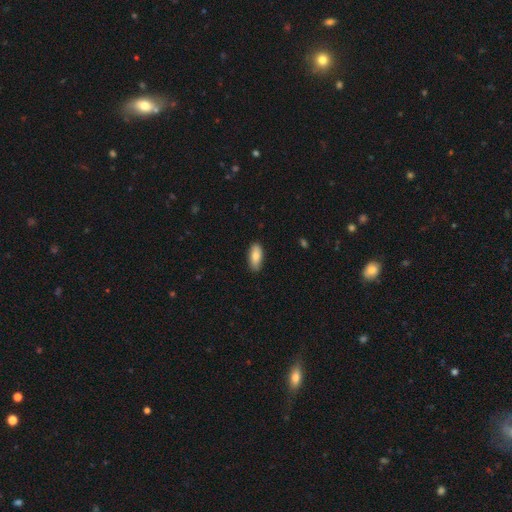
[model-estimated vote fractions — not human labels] Overall: smooth (83%). How rounded: in between (85%). Merging: none (87%).